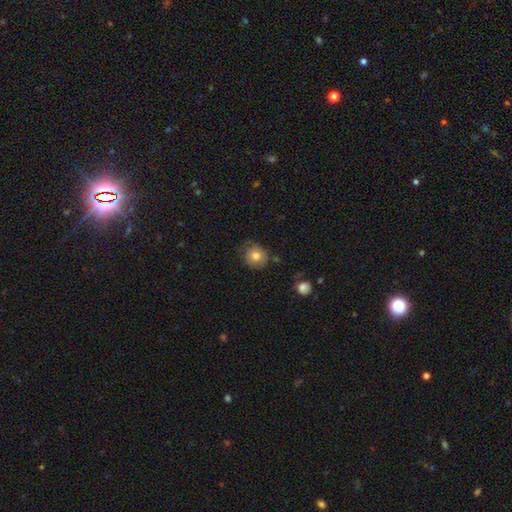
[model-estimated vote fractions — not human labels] This appears to be a smooth galaxy with no disk features (78%) that is round (87%). Merging: none (75%).